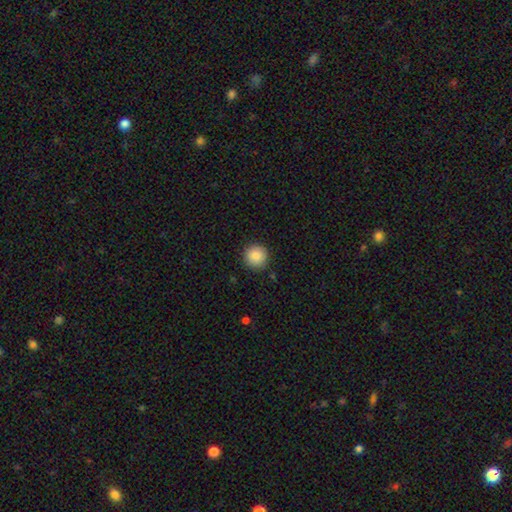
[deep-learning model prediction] Smooth or featured? smooth (88%)
How rounded? round (95%)
Merging? none (90%)